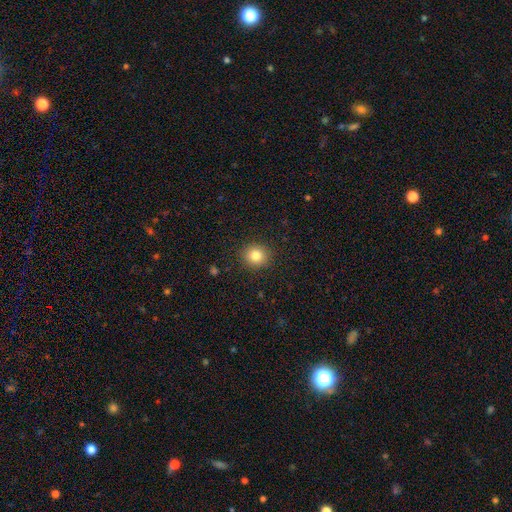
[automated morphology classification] A smooth galaxy with no disk features (82%) that is round (84%).

Vote fractions:
- Smooth or featured? smooth: 82% / star or artifact: 11% / featured or disk: 7%
- How rounded? round: 84% / in between: 15% / cigar-shaped: 1%
- Merging? none: 90% / minor disturbance: 7% / major disturbance: 2% / merger: 1%